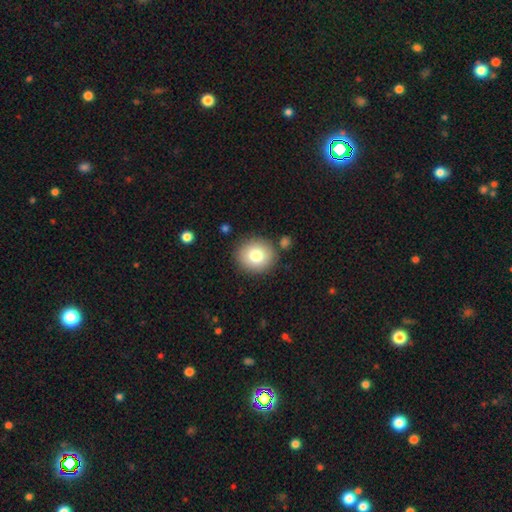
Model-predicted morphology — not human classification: This appears to be a smooth galaxy with no disk features (78%) that is round (84%). Merging: none (85%).